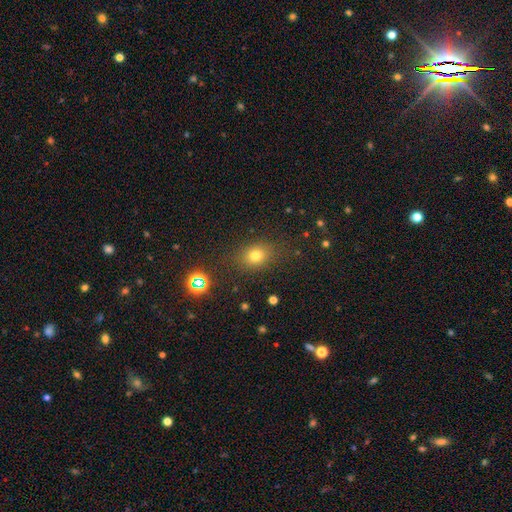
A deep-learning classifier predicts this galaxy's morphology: type=smooth (73%); roundness=round (52%); merging=none (80%).